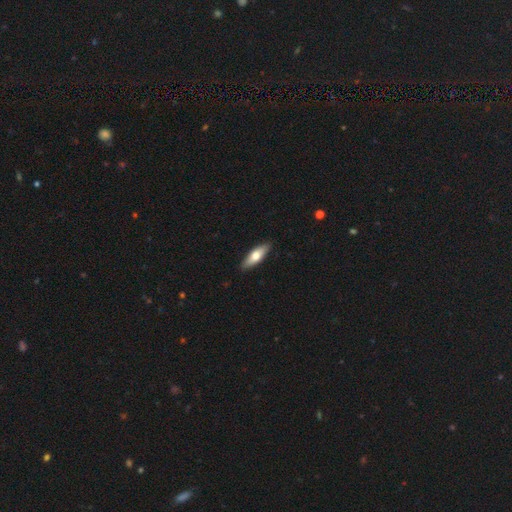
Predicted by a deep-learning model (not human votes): Morphology: type=smooth (65%); roundness=in between (51%); merging=none (89%).